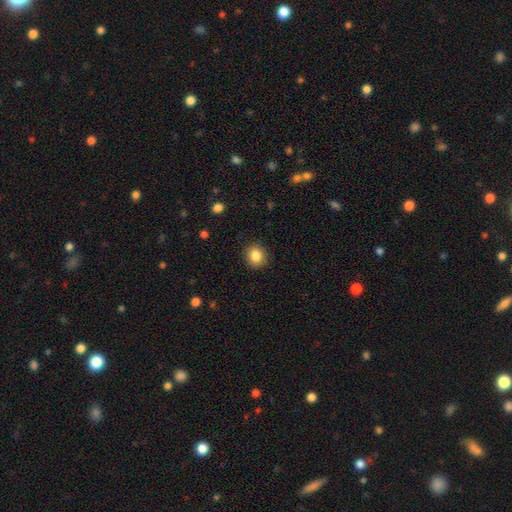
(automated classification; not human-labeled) A smooth galaxy with no disk features (85%) that is round (85%). Merging: none (90%).